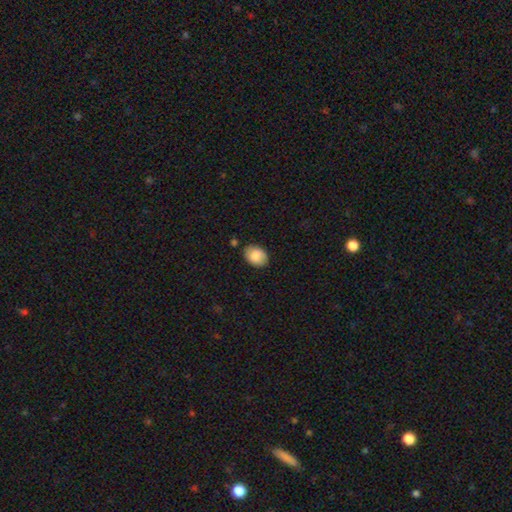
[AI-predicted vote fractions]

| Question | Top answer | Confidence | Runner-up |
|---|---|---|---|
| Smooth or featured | smooth | 80% | featured or disk (13%) |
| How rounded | in between | 76% | round (23%) |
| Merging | none | 80% | minor disturbance (15%) |